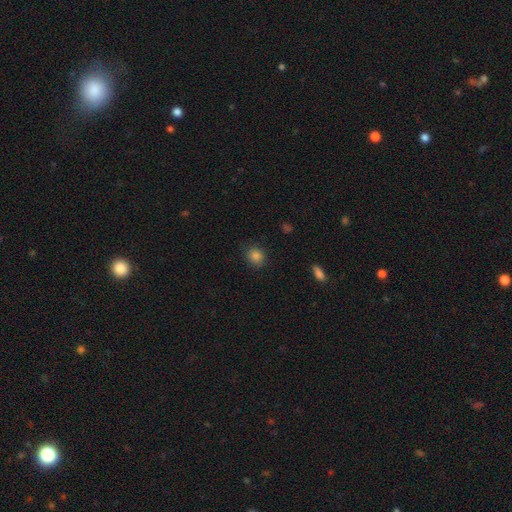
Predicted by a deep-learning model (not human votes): Overall: smooth (84%). How rounded: round (75%). Merging: none (86%).